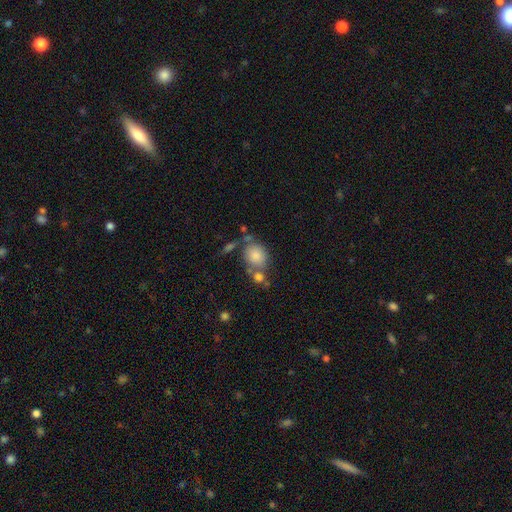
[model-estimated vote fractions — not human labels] Overall: smooth (81%). How rounded: round (53%; in between 45%). Merging: none (49%; merger 27%).